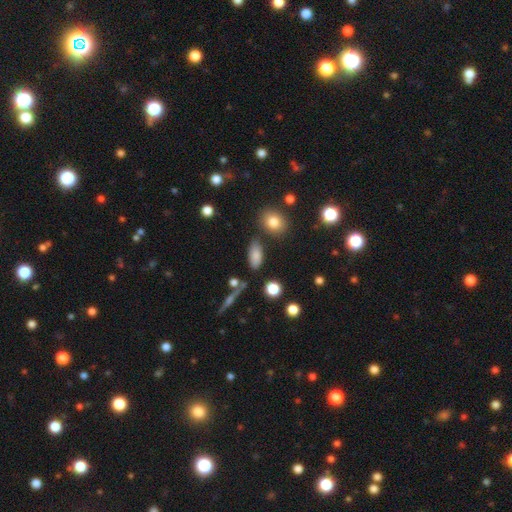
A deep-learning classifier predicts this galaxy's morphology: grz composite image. It shows a smooth galaxy with no disk features (81%) that is in between round and cigar-shaped (86%). Merging: none (79%).